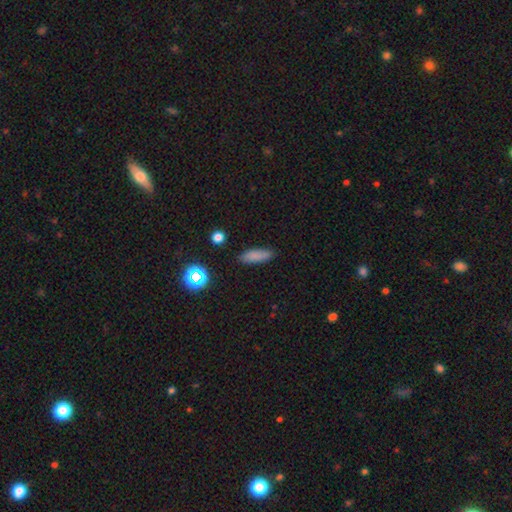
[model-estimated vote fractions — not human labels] The model was most divided on "how rounded": in between: 49%, cigar-shaped: 48%, round: 3%. More confident: merging — none (86%); smooth or featured — smooth (82%).